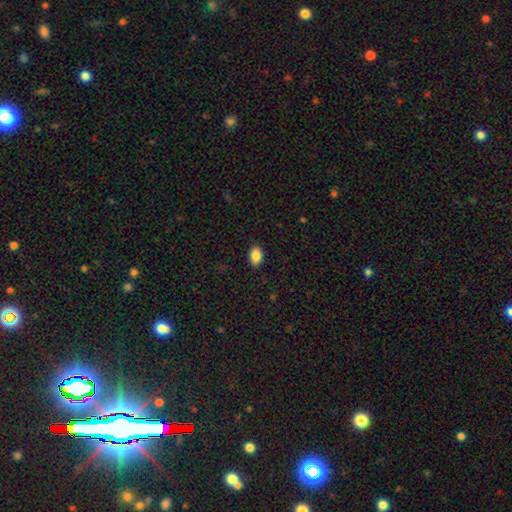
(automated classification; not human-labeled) smooth-or-featured: smooth: 87% | star or artifact: 8% | featured or disk: 5%
  how-rounded: in between: 92% | round: 6% | cigar-shaped: 2%
  merging: none: 90% | minor disturbance: 8% | major disturbance: 2% | merger: 1%